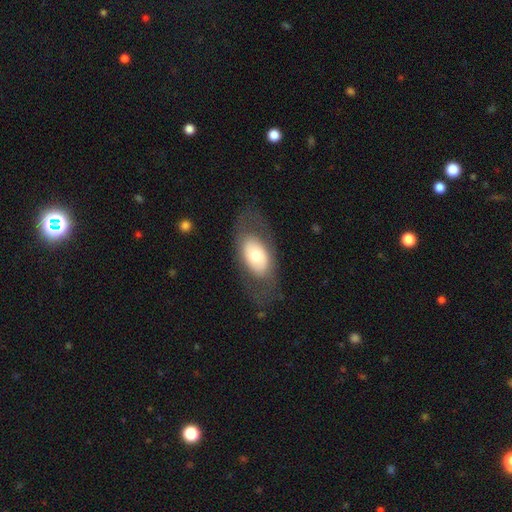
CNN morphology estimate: This appears to be a smooth galaxy with no disk features (55%) that is in between round and cigar-shaped (90%). Merging: none (73%).